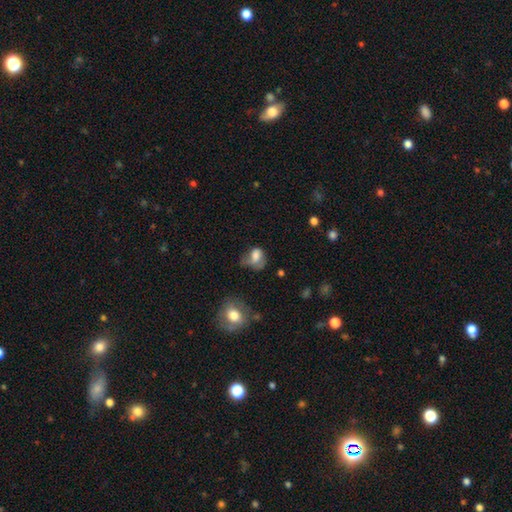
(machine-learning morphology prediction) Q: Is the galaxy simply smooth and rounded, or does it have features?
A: smooth — 69%.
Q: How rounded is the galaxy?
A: in between — 60%.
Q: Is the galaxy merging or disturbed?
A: major disturbance — 35%.